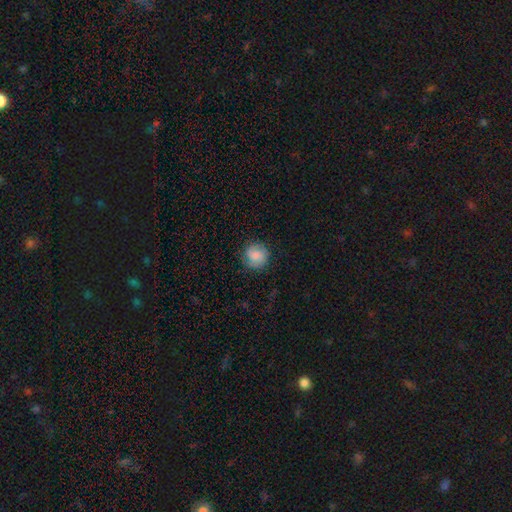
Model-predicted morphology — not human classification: type=smooth (73%); roundness=round (90%); merging=none (82%).